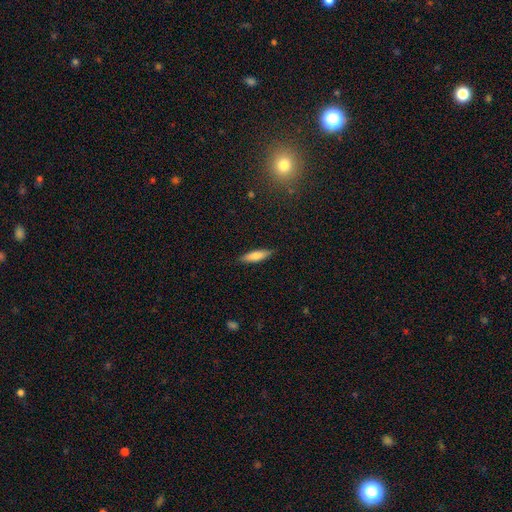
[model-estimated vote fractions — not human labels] Smooth or featured? Predicted: smooth (p=0.76). How rounded? Predicted: cigar-shaped (p=0.64). Merging? Predicted: none (p=0.86).